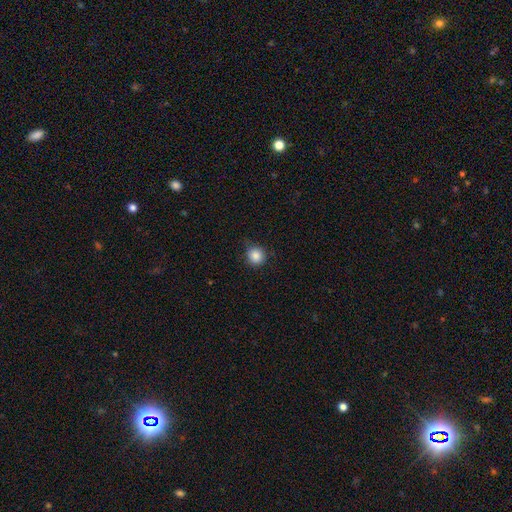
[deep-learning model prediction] This is clearly a smooth galaxy (86%). How rounded: clearly round (92%). Merging: clearly none (82%).